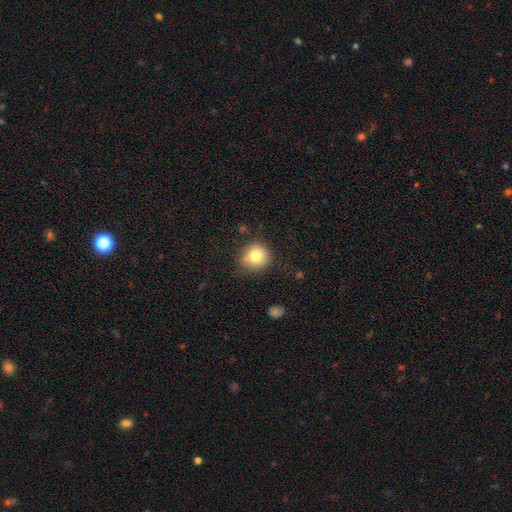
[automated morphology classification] smooth 81%, star or artifact 10%, featured or disk 9%. Down the decision tree: how rounded — round (91%); merging — none (79%).